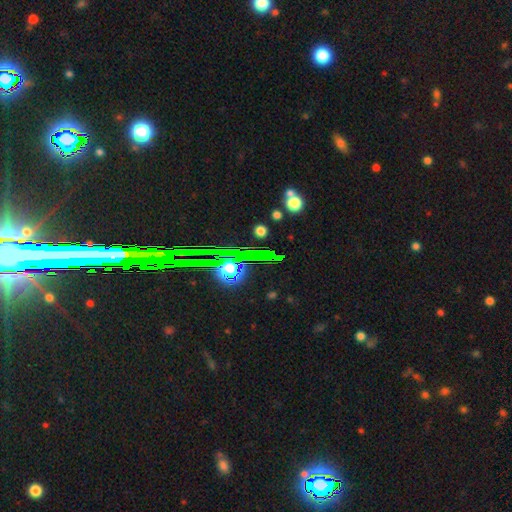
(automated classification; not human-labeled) Smooth or featured?
  - star or artifact: 69% *
  - smooth: 18%
  - featured or disk: 13%